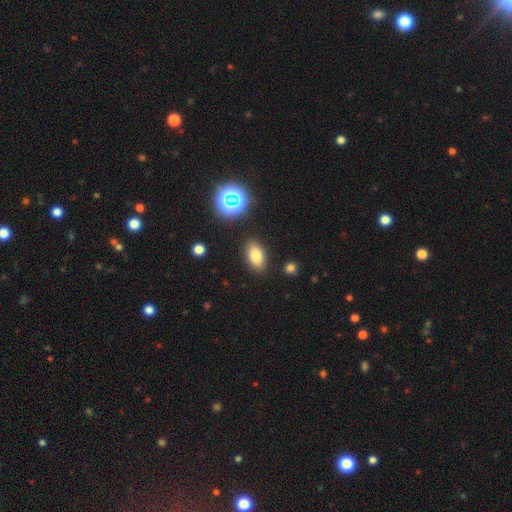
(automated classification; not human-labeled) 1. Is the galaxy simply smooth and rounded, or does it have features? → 78% smooth, 13% star or artifact, 9% featured or disk.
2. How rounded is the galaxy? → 89% in between, 8% round, 3% cigar-shaped.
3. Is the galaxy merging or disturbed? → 87% none, 9% minor disturbance, 3% major disturbance, 2% merger.